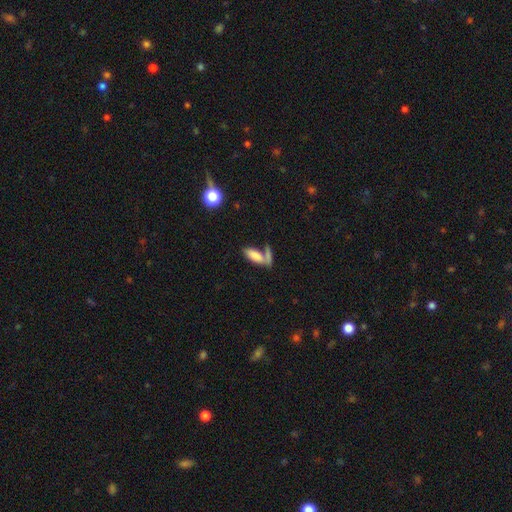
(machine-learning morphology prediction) Smooth or featured? smooth (77%)
How rounded? in between (68%)
Merging? merger (45%)